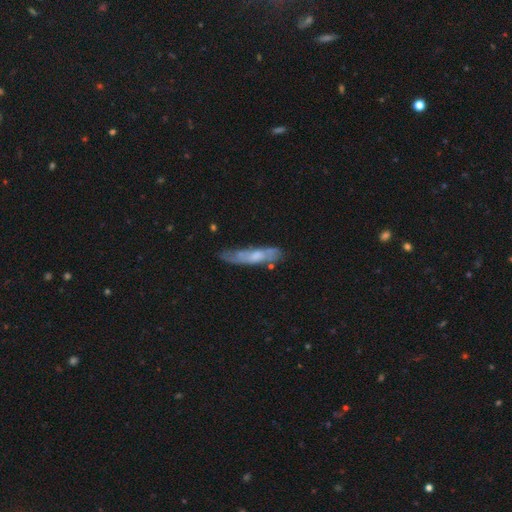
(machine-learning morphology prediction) A featured or disk galaxy (53%). Merging: none (61%).